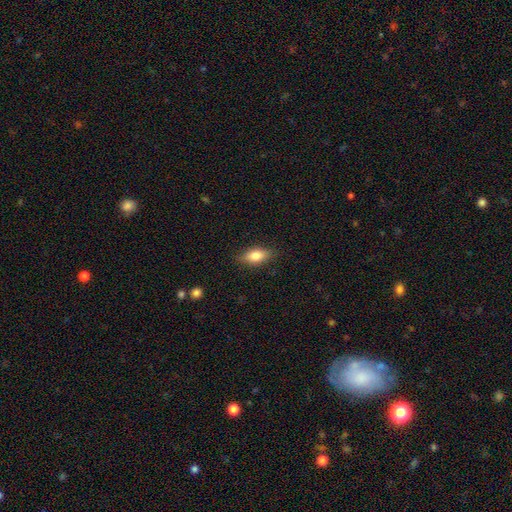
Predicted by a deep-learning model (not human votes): smooth 76%, featured or disk 16%, star or artifact 8%. Down the decision tree: how rounded — in between (82%); merging — none (84%).